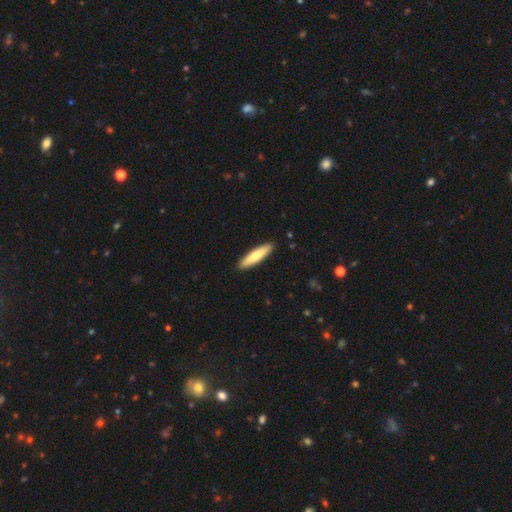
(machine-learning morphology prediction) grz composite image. It shows a smooth galaxy with no disk features (72%) that is cigar-shaped (78%). Merging: none (91%).